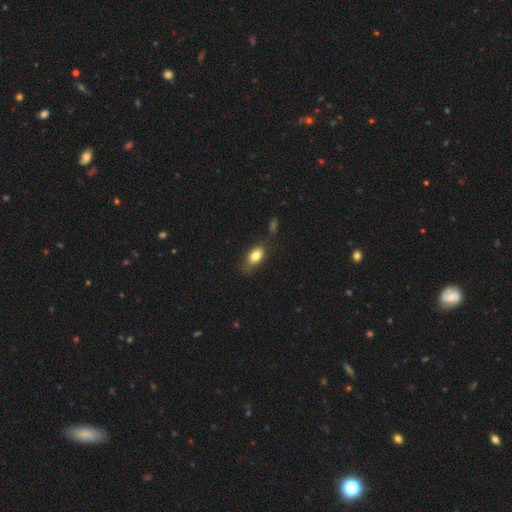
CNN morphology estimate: smooth-or-featured: smooth: 80% | featured or disk: 12% | star or artifact: 8%
  how-rounded: in between: 85% | round: 12% | cigar-shaped: 4%
  merging: none: 65% | minor disturbance: 25% | major disturbance: 7% | merger: 4%